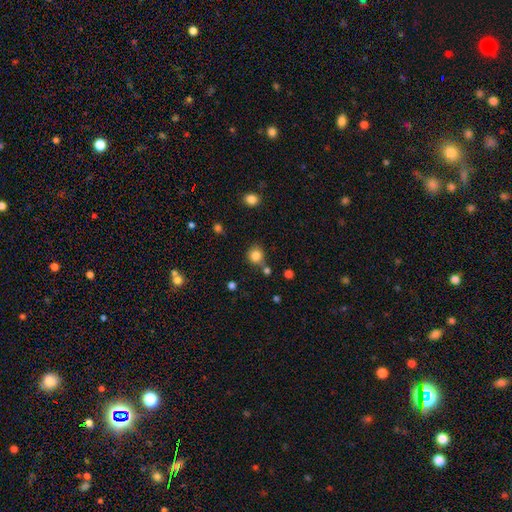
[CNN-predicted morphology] This is clearly a smooth galaxy (83%). How rounded: clearly round (88%). Merging: likely none (73%).